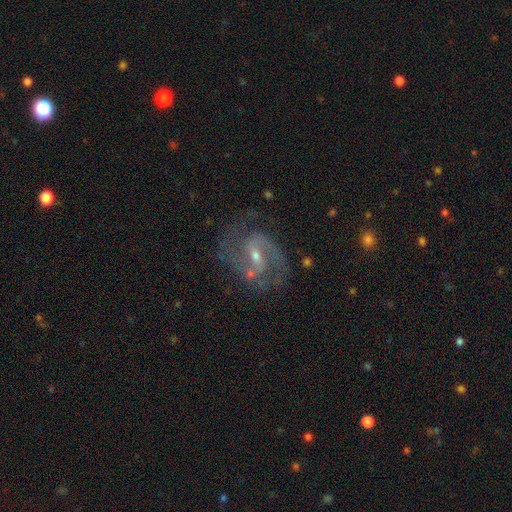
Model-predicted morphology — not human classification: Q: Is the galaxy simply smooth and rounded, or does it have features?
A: featured or disk — 88%.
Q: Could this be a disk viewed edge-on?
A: no — 97%.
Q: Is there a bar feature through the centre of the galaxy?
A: weak — 51%.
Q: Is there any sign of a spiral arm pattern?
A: yes — 97%.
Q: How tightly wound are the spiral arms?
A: medium — 58%.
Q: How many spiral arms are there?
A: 2 — 87%.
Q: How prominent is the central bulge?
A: small — 58%.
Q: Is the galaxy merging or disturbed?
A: none — 72%.